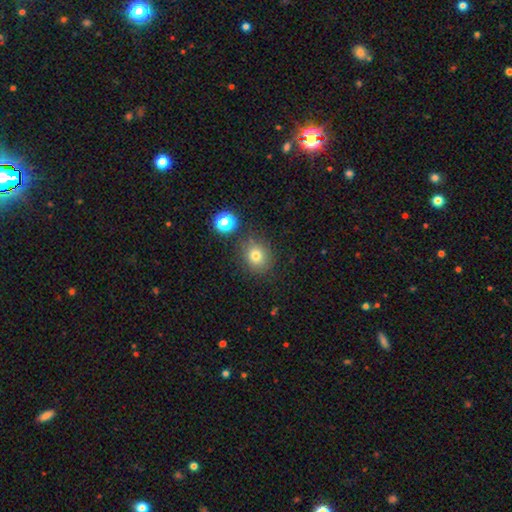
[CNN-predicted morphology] smooth 76%, star or artifact 15%, featured or disk 9%. Down the decision tree: how rounded — round (74%); merging — none (79%).